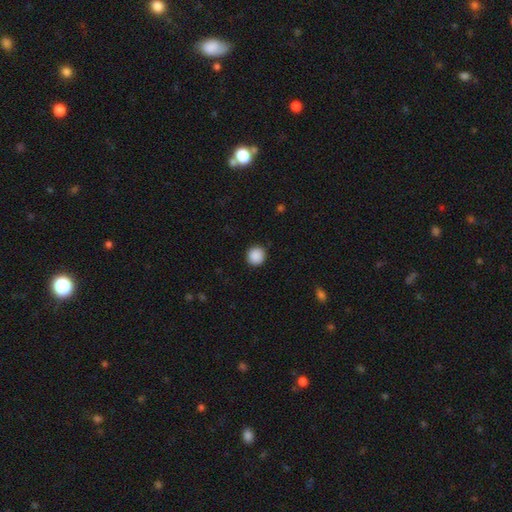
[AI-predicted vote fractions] This is clearly a smooth galaxy (89%). How rounded: clearly round (93%). Merging: clearly none (92%).